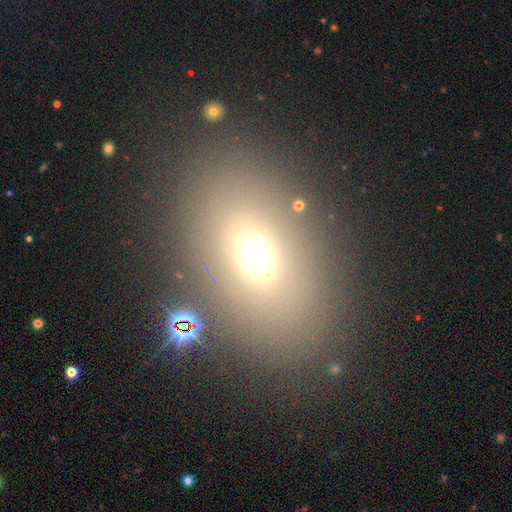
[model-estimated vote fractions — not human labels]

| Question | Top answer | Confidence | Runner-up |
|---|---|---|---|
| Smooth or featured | smooth | 63% | star or artifact (21%) |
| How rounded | in between | 72% | round (26%) |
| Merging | none | 80% | minor disturbance (9%) |